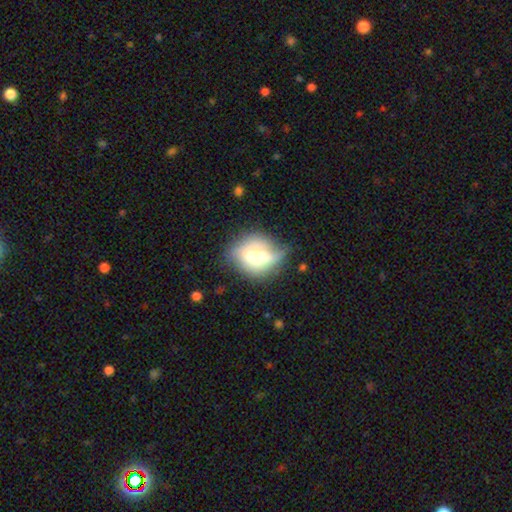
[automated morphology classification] Smooth or featured?
  - smooth: 47% *
  - featured or disk: 43%
  - star or artifact: 10%
Merging?
  - none: 46% *
  - minor disturbance: 29%
  - major disturbance: 18%
  - merger: 7%